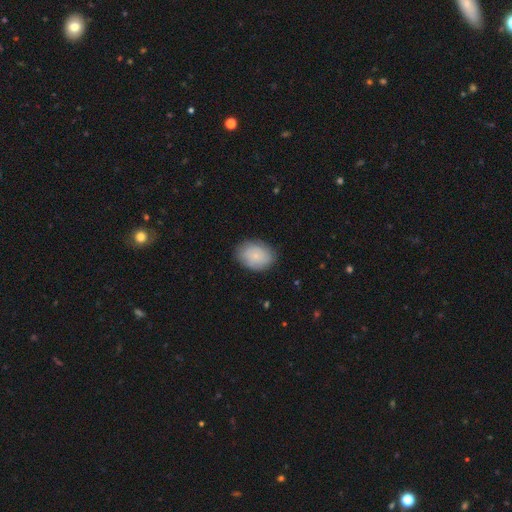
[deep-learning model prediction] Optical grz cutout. It shows a smooth galaxy with no disk features (78%) that is in between round and cigar-shaped (74%). Merging: none (81%).